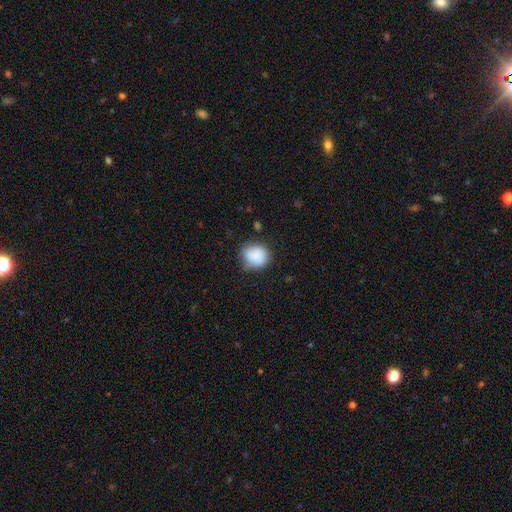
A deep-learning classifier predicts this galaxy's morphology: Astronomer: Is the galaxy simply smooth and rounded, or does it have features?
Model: smooth — 83%.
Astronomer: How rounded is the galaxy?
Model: round — 72%.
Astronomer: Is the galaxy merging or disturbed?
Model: none — 64%.